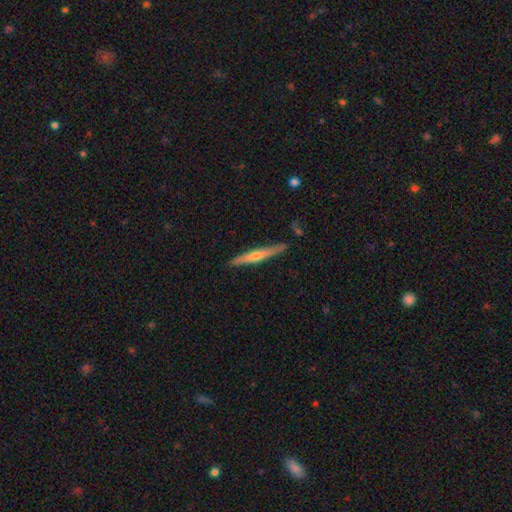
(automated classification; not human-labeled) Smooth or featured: featured or disk — 60% (smooth — 34%)
Edge-on disk: yes — 96% (no — 4%)
Edge-on bulge: rounded — 73% (none — 22%)
Merging: none — 87% (minor disturbance — 10%)